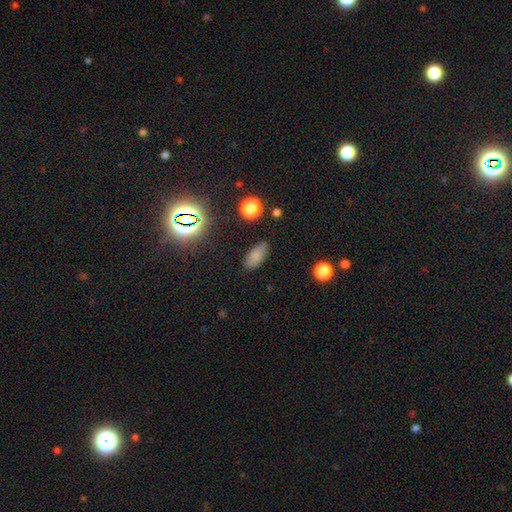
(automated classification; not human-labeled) This is likely a smooth galaxy (79%). How rounded: clearly in between (88%). Merging: clearly none (81%).